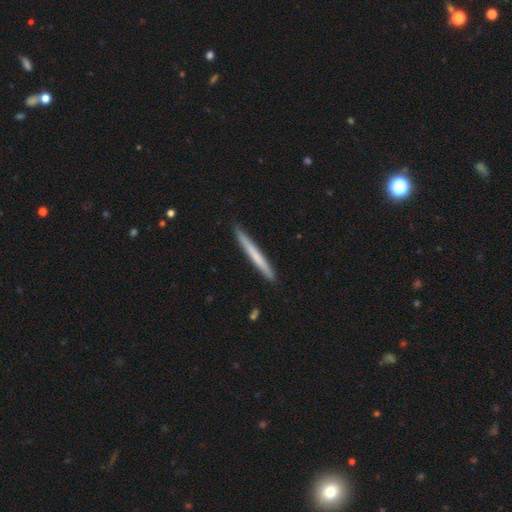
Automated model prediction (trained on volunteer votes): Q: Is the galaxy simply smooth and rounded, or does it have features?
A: smooth — 62%.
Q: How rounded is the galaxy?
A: cigar-shaped — 97%.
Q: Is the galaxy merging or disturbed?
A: none — 91%.